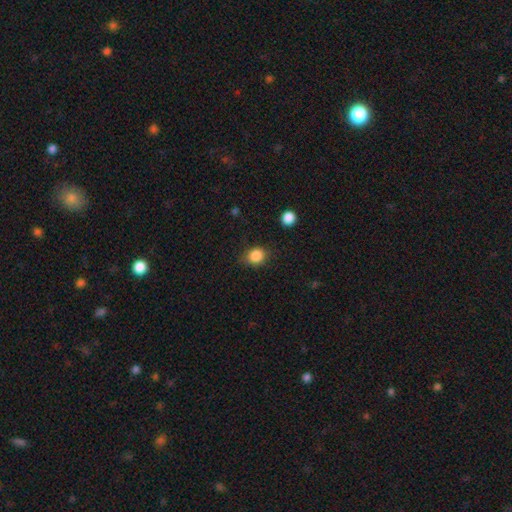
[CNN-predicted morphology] smooth 86%, star or artifact 10%, featured or disk 4%. Down the decision tree: how rounded — round (68%); merging — none (78%).